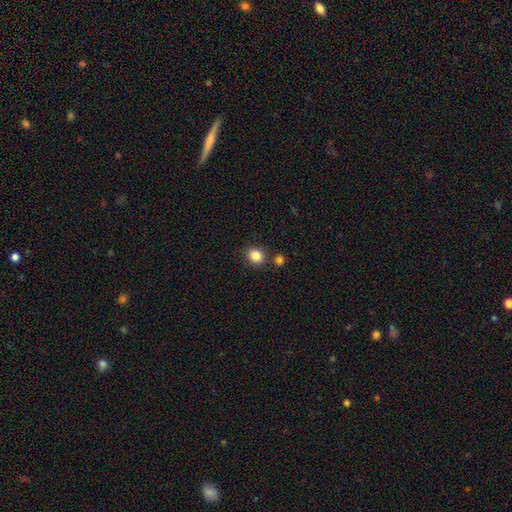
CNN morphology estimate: A smooth galaxy with no disk features (85%) that is round (72%). Merging: none (80%).